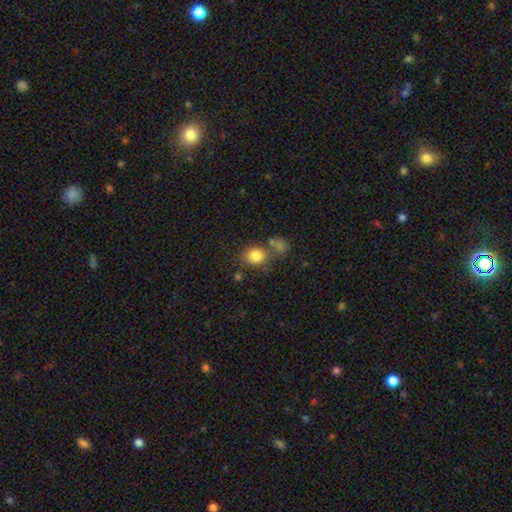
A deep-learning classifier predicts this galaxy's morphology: smooth 82%, star or artifact 10%, featured or disk 7%. Down the decision tree: how rounded — round (67%); merging — none (60%).